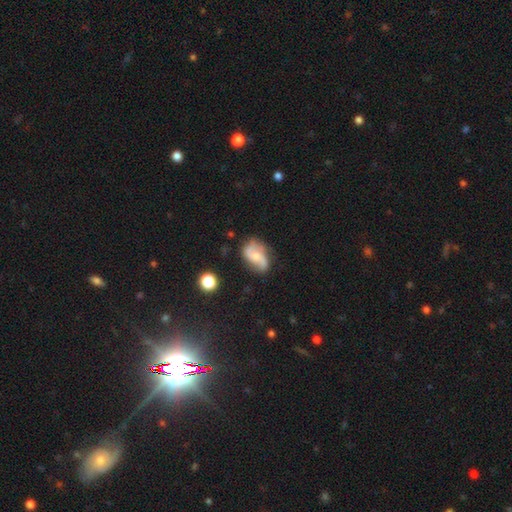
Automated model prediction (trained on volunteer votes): A featured or disk galaxy (73%) with no bar (57%), 2 (89%) loose (60%) spiral arms (94%) and a small central bulge (48%). Merging: none (67%).